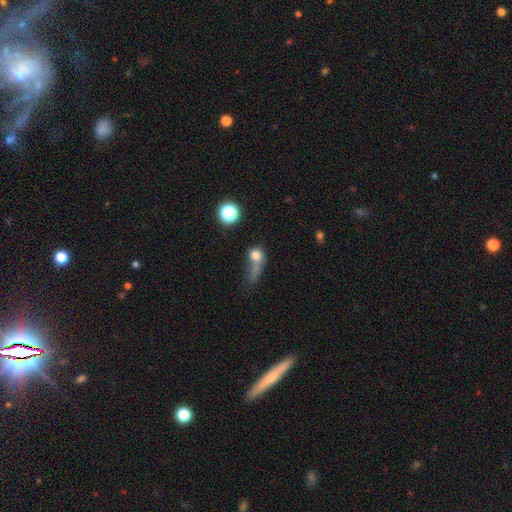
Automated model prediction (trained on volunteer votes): smooth_or_featured: smooth (p=0.70) [alt: featured or disk p=0.16]
how_rounded: round (p=0.68) [alt: in between p=0.26]
merging: major disturbance (p=0.35) [alt: none p=0.26]